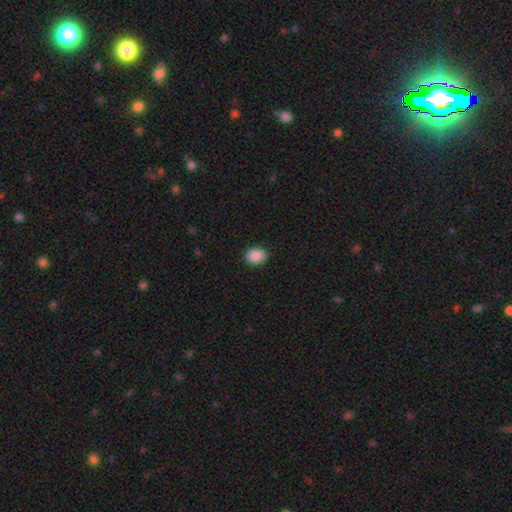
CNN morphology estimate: smooth 89%, star or artifact 8%, featured or disk 3%. Down the decision tree: how rounded — in between (59%); merging — none (90%).